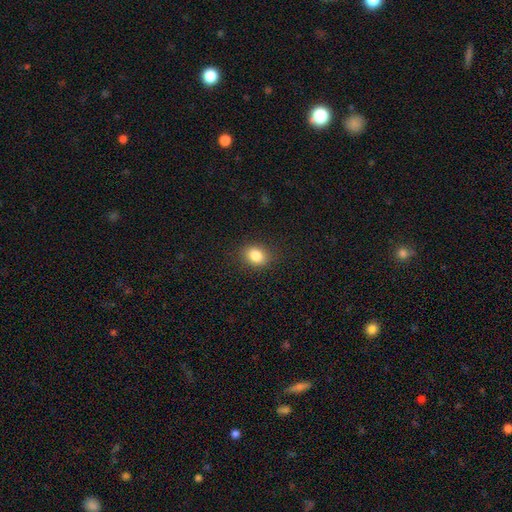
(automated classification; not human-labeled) The model was most divided on "how rounded": in between: 58%, round: 41%, cigar-shaped: 1%. More confident: merging — none (87%); smooth or featured — smooth (84%).